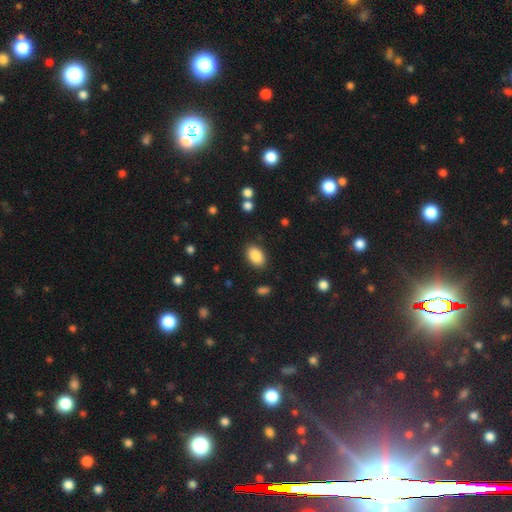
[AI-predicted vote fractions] Smooth or featured? Predicted: smooth (p=0.88). How rounded? Predicted: in between (p=0.88). Merging? Predicted: none (p=0.87).